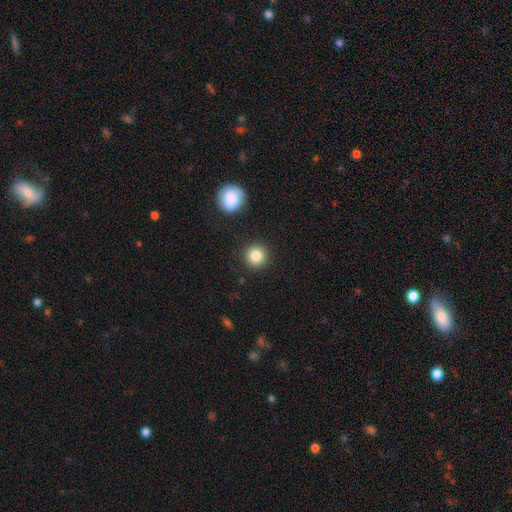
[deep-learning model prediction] Smooth or featured: smooth — 85% (star or artifact — 10%)
How rounded: round — 94% (in between — 5%)
Merging: none — 90% (minor disturbance — 6%)